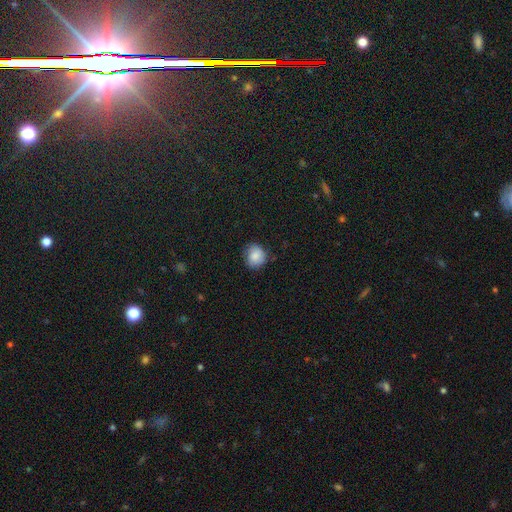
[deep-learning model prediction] smooth 82%, featured or disk 10%, star or artifact 8%. Down the decision tree: how rounded — round (81%); merging — none (76%).